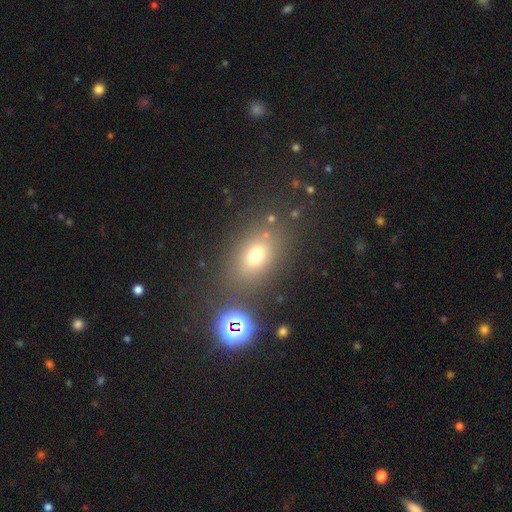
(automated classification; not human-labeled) This is likely a smooth galaxy (67%). How rounded: likely in between (64%). Merging: likely none (76%).